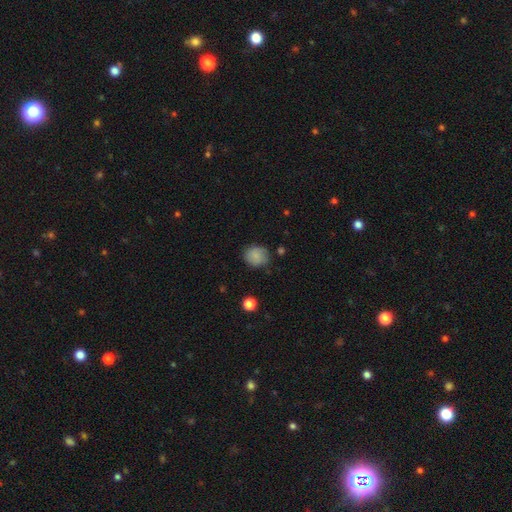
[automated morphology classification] Smooth or featured? Predicted: smooth (p=0.83). How rounded? Predicted: round (p=0.72). Merging? Predicted: none (p=0.75).